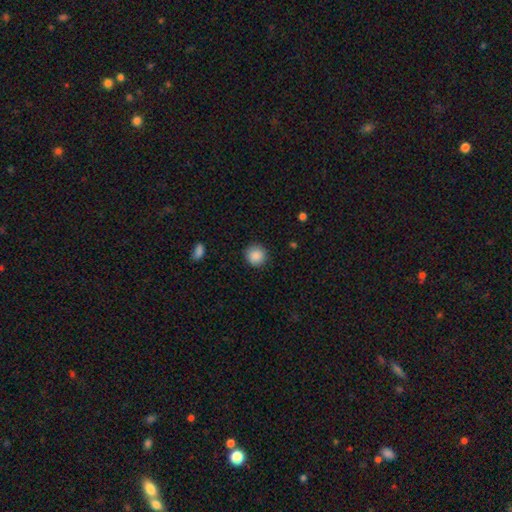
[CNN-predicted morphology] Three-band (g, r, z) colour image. It shows a smooth galaxy with no disk features (88%) that is round (93%). Merging: none (90%).